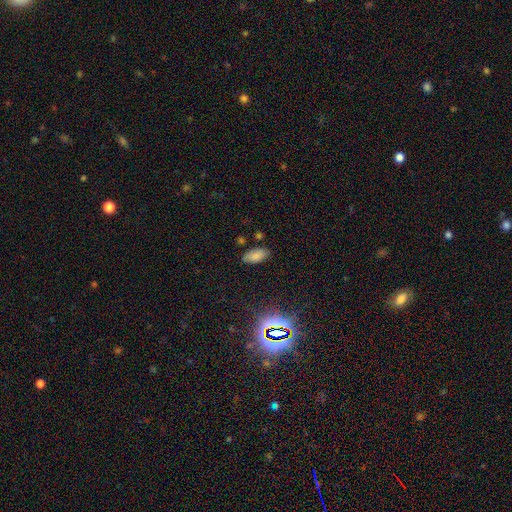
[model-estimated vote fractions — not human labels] smooth-or-featured: smooth: 79% | star or artifact: 13% | featured or disk: 7%
  how-rounded: in between: 92% | cigar-shaped: 5% | round: 3%
  merging: none: 82% | minor disturbance: 12% | major disturbance: 3% | merger: 3%